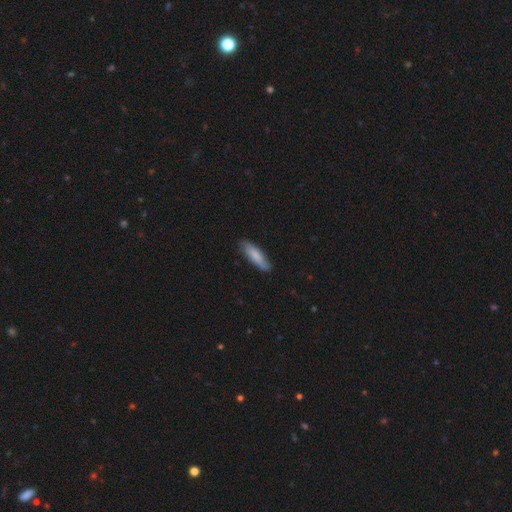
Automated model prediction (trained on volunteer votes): Smooth or featured: smooth — 80% (featured or disk — 15%)
How rounded: cigar-shaped — 61% (in between — 37%)
Merging: none — 83% (minor disturbance — 14%)